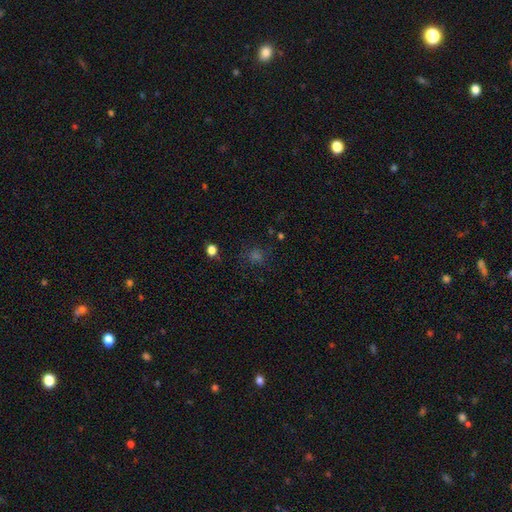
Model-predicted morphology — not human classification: This appears to be a smooth galaxy with no disk features (49%). Merging: none (81%).